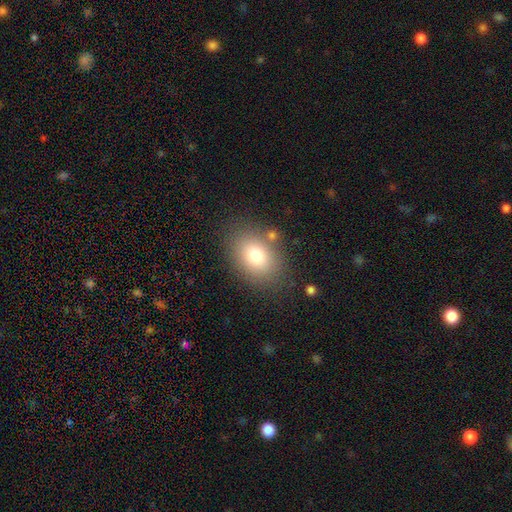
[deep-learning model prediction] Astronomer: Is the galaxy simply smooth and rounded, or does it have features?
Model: smooth — 76%.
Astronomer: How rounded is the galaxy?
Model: in between — 71%.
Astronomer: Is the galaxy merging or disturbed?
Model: none — 79%.